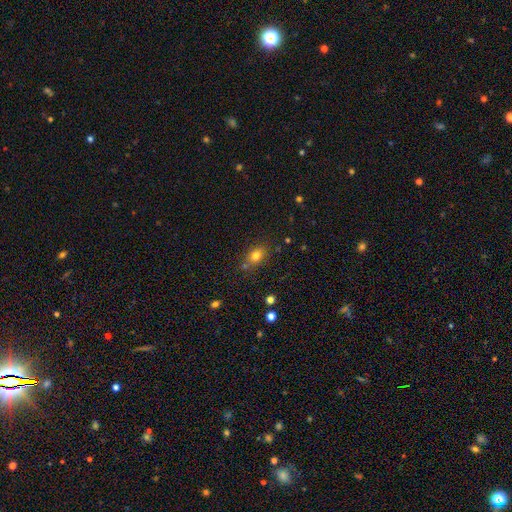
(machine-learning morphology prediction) This appears to be a smooth galaxy with no disk features (77%) that is in between round and cigar-shaped (66%). Merging: none (69%).